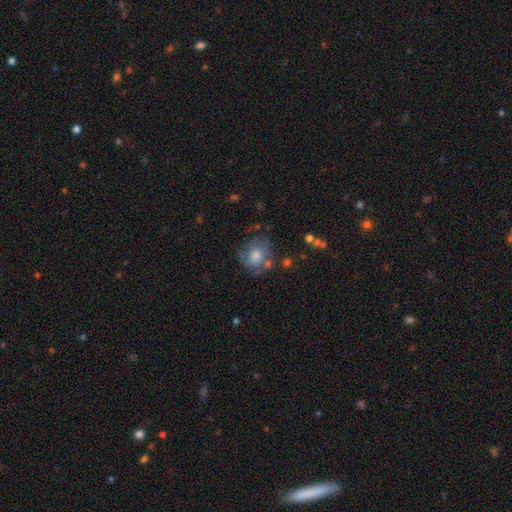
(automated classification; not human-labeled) Overall: smooth (50%; featured or disk 38%). How rounded: round (75%). Merging: none (59%; minor disturbance 22%).